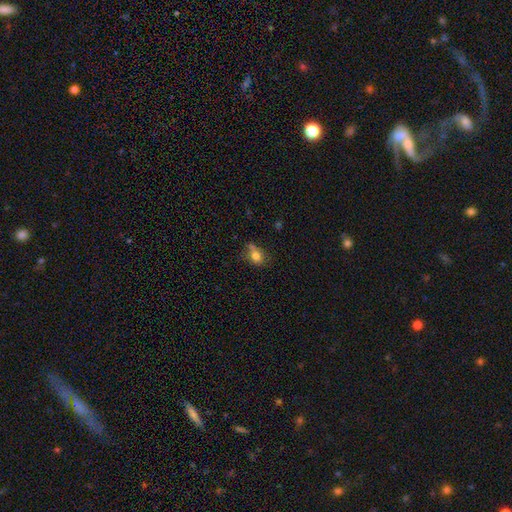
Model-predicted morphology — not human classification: Q: Smooth or featured?
A: smooth (76%); runner-up: featured or disk (12%)
Q: How rounded?
A: in between (56%); runner-up: round (42%)
Q: Merging?
A: none (46%); runner-up: minor disturbance (30%)